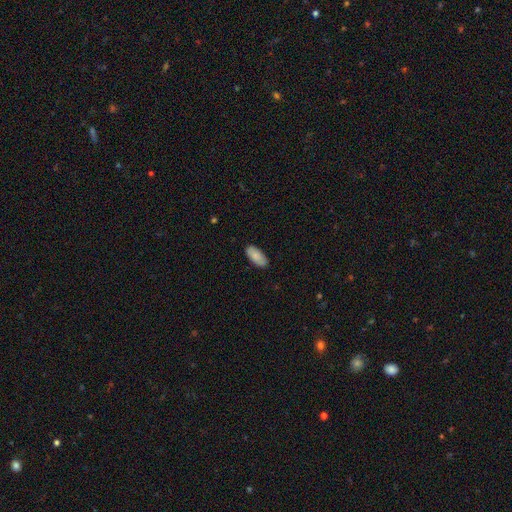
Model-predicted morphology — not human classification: Smooth or featured? smooth (85%)
How rounded? in between (91%)
Merging? none (87%)